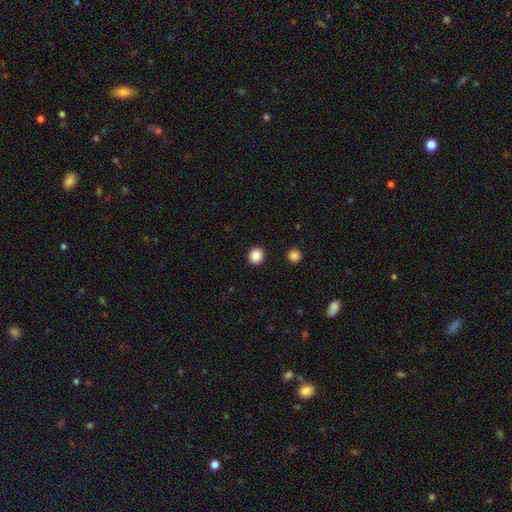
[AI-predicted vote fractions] Smooth or featured? Predicted: smooth (p=0.87). How rounded? Predicted: round (p=0.89). Merging? Predicted: none (p=0.93).